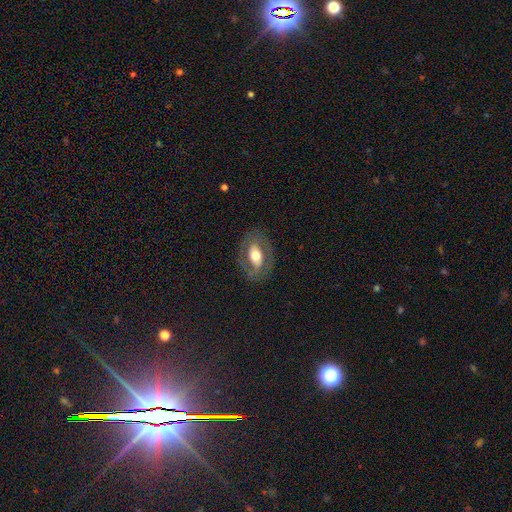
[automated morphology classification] Smooth or featured? Predicted: featured or disk (p=0.53). Edge-on disk? Predicted: no (p=0.89). Merging? Predicted: none (p=0.78).